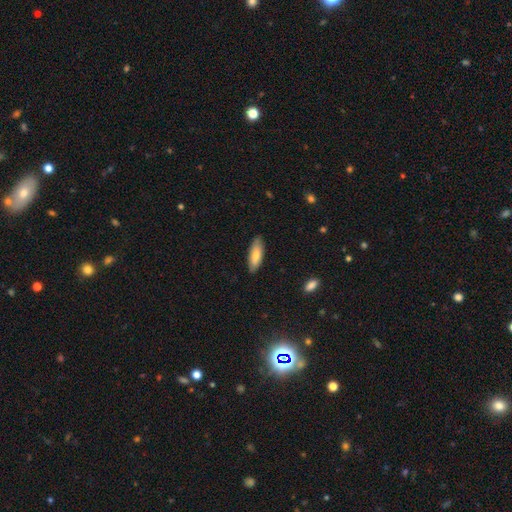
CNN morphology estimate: type=smooth (76%); roundness=in between (61%); merging=none (85%).